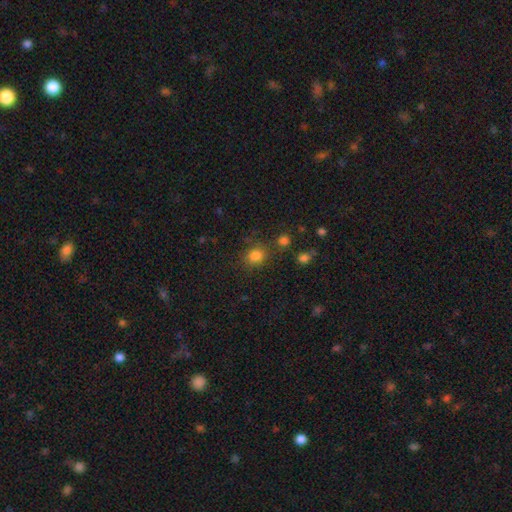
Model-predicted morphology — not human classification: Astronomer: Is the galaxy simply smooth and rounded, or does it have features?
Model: smooth — 81%.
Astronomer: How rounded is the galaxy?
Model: round — 69%.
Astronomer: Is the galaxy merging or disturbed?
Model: none — 77%.